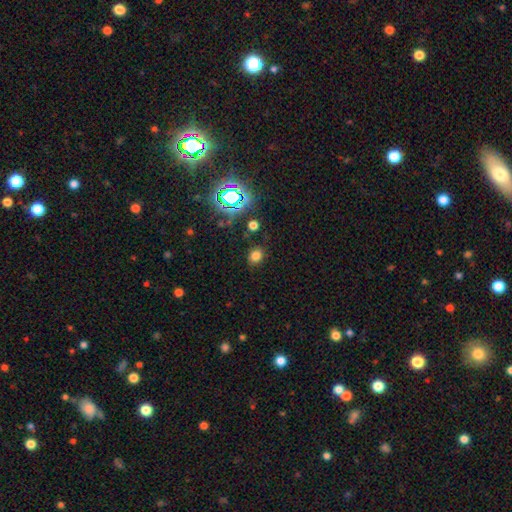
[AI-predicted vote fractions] Smooth or featured?
  - smooth: 72% *
  - star or artifact: 22%
  - featured or disk: 7%
How rounded?
  - round: 57% *
  - in between: 41%
  - cigar-shaped: 1%
Merging?
  - none: 83% *
  - minor disturbance: 11%
  - major disturbance: 4%
  - merger: 3%